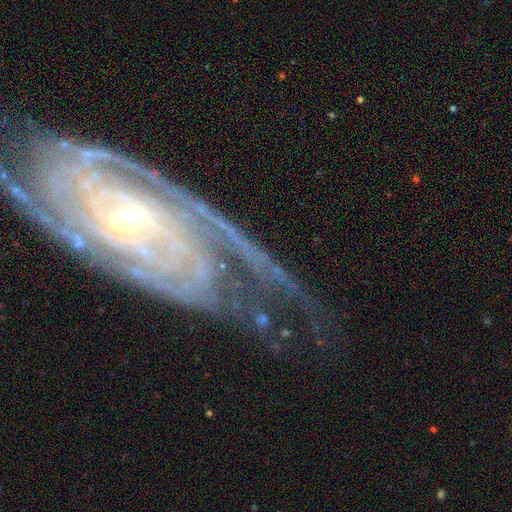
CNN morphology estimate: Smooth or featured? featured or disk (89%)
Edge-on disk? no (92%)
Bar? no (45%)
Spiral arms? yes (97%)
Spiral winding? tight (75%)
Spiral arm count? can't tell (28%)
Bulge size? small (48%)
Merging? none (67%)